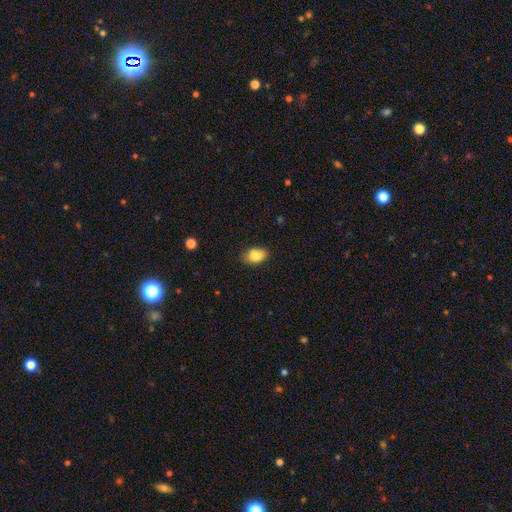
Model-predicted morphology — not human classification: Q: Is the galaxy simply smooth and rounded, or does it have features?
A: smooth — 82%.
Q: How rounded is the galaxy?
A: in between — 82%.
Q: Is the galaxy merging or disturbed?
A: none — 73%.